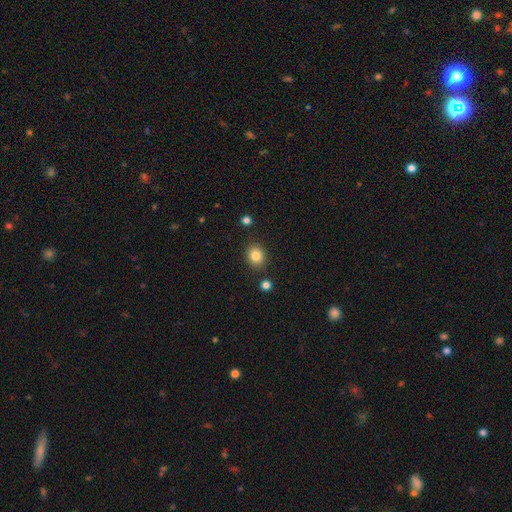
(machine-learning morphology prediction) This is clearly a smooth galaxy (84%). How rounded: likely round (68%). Merging: clearly none (87%).